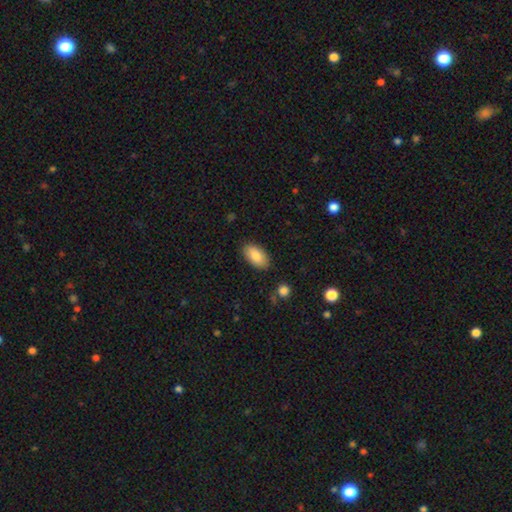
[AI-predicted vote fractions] Smooth or featured?
  - smooth: 84% *
  - featured or disk: 9%
  - star or artifact: 7%
How rounded?
  - in between: 93% *
  - cigar-shaped: 4%
  - round: 3%
Merging?
  - none: 86% *
  - minor disturbance: 10%
  - major disturbance: 2%
  - merger: 2%